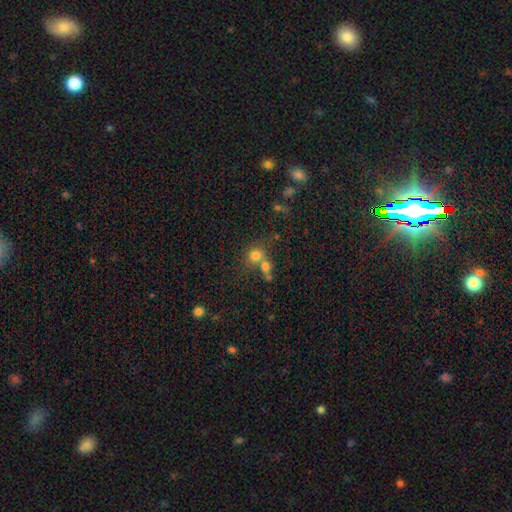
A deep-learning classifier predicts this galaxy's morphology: Overall: smooth (73%). How rounded: round (80%). Merging: merger (48%; none 41%).